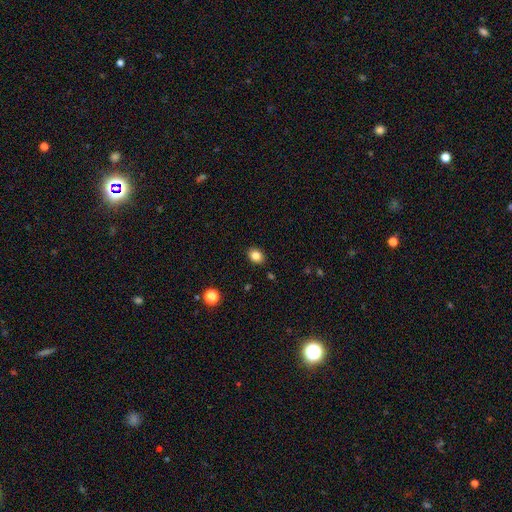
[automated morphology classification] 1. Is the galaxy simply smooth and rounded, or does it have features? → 84% smooth, 11% star or artifact, 6% featured or disk.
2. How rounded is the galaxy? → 60% in between, 39% round, 1% cigar-shaped.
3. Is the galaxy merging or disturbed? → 88% none, 8% minor disturbance, 2% major disturbance, 1% merger.